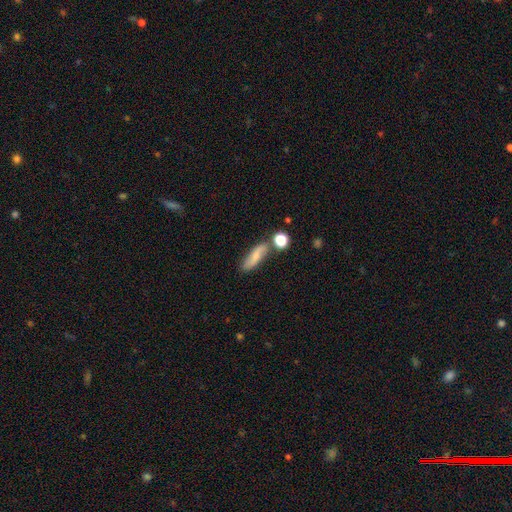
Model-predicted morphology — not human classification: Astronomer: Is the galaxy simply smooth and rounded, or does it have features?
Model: smooth — 61%.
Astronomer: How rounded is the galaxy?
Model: in between — 49% (runner-up: cigar-shaped, 45%).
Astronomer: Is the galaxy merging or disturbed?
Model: none — 68%.